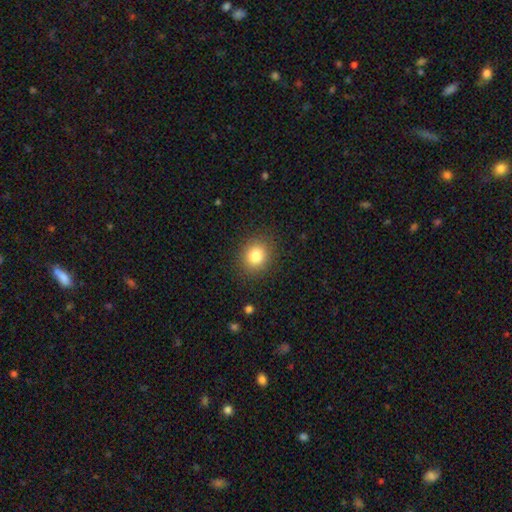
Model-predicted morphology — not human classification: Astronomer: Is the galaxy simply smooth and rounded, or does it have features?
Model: smooth — 82%.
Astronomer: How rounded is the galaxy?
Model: round — 74%.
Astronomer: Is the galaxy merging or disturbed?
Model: none — 89%.